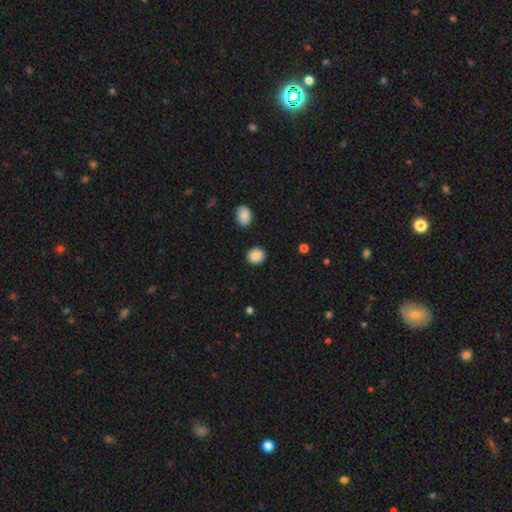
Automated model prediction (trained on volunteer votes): smooth 88%, star or artifact 9%, featured or disk 3%. Down the decision tree: how rounded — round (62%); merging — none (88%).